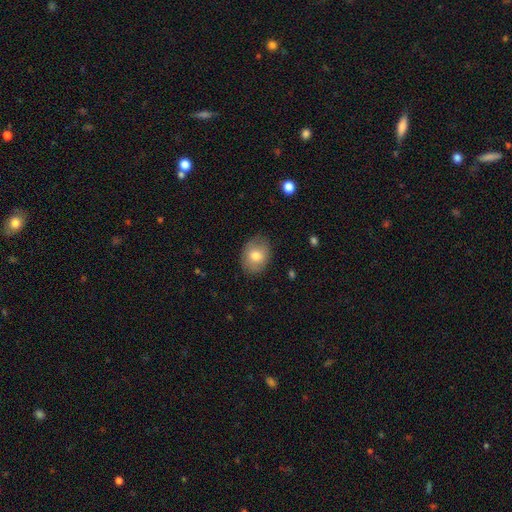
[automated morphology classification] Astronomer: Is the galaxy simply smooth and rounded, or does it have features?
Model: smooth — 75%.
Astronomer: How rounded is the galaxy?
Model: in between — 62% (runner-up: round, 37%).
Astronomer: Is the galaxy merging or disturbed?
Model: none — 81%.